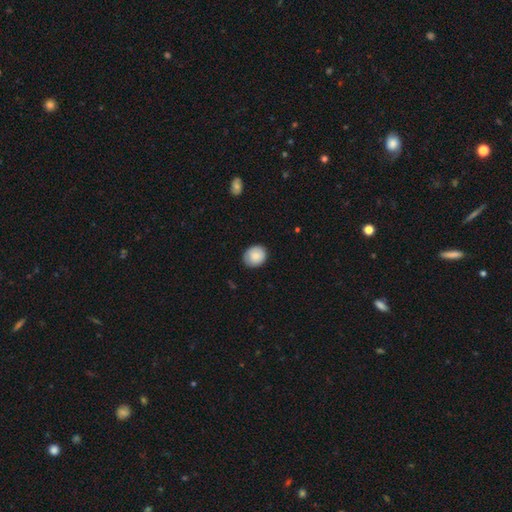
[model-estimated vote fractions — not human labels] Smooth or featured? smooth (83%)
How rounded? round (73%)
Merging? none (86%)